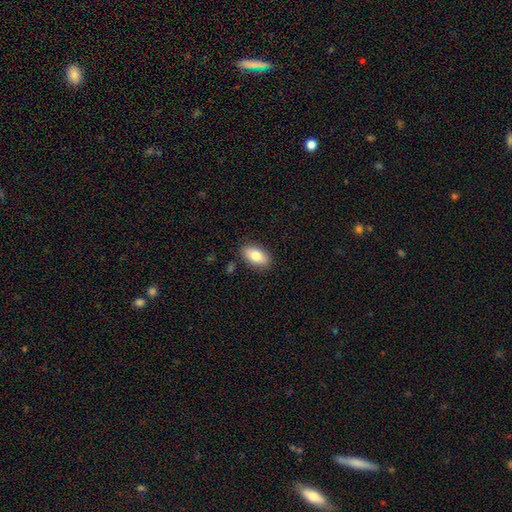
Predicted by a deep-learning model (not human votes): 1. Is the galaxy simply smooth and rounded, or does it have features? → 80% smooth, 14% featured or disk, 7% star or artifact.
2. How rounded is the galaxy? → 91% in between, 5% round, 4% cigar-shaped.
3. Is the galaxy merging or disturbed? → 86% none, 10% minor disturbance, 2% major disturbance, 2% merger.